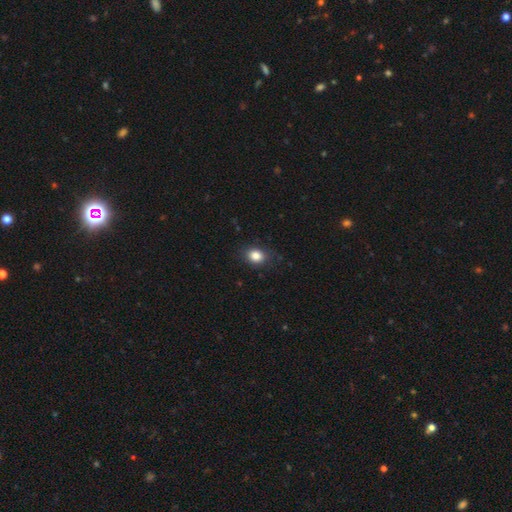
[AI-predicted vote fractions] Smooth or featured?
  - smooth: 84% *
  - star or artifact: 10%
  - featured or disk: 6%
How rounded?
  - round: 50% *
  - in between: 49%
  - cigar-shaped: 1%
Merging?
  - none: 81% *
  - minor disturbance: 14%
  - major disturbance: 3%
  - merger: 1%